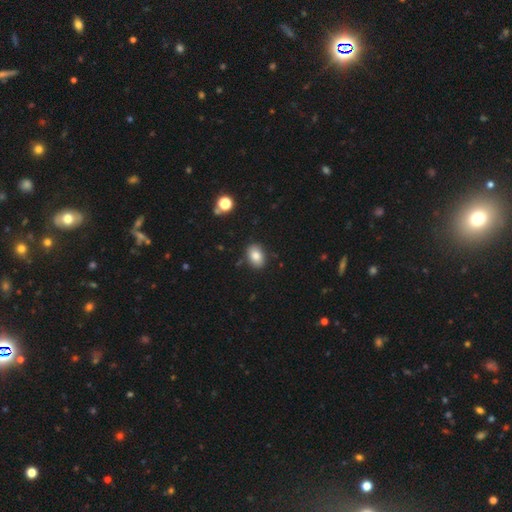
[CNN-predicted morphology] smooth-or-featured: smooth: 84% | star or artifact: 9% | featured or disk: 8%
  how-rounded: in between: 81% | round: 17% | cigar-shaped: 1%
  merging: none: 86% | minor disturbance: 10% | major disturbance: 2% | merger: 2%